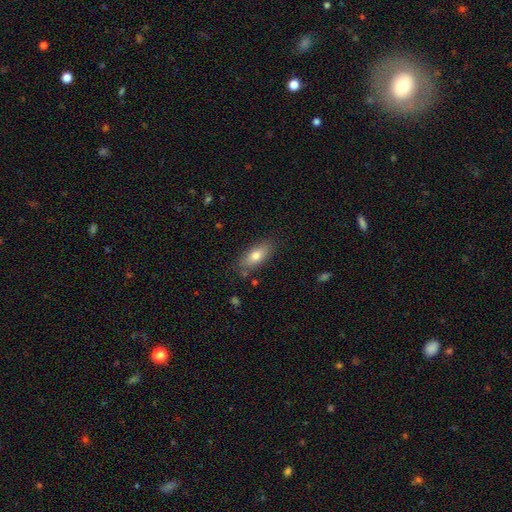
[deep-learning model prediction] This is likely a smooth galaxy (75%). How rounded: clearly in between (80%). Merging: clearly none (81%).